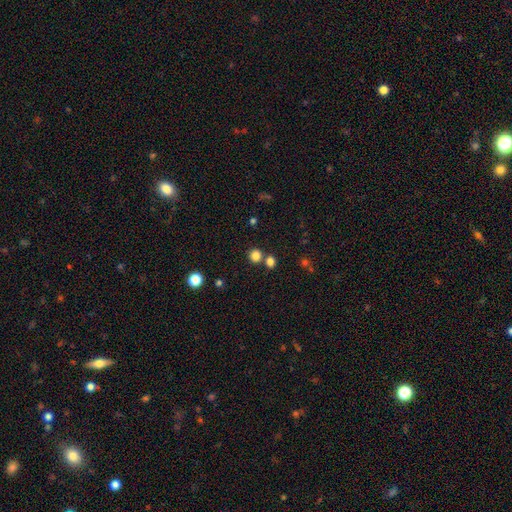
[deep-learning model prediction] Morphology: type=smooth (82%); roundness=round (89%); merging=none (71%).